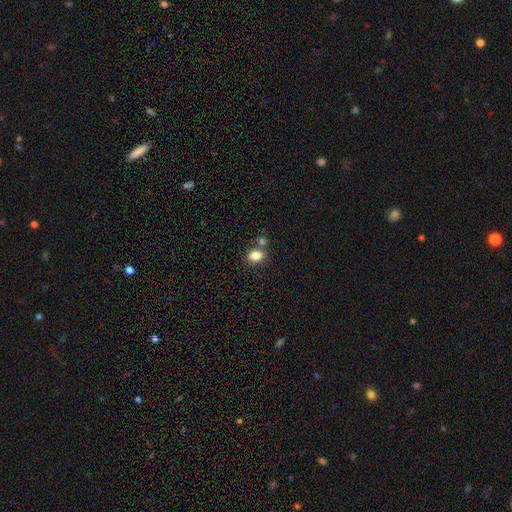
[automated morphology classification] smooth-or-featured: smooth: 83% | star or artifact: 10% | featured or disk: 7%
  how-rounded: in between: 69% | round: 30% | cigar-shaped: 1%
  merging: none: 62% | merger: 24% | minor disturbance: 11% | major disturbance: 3%